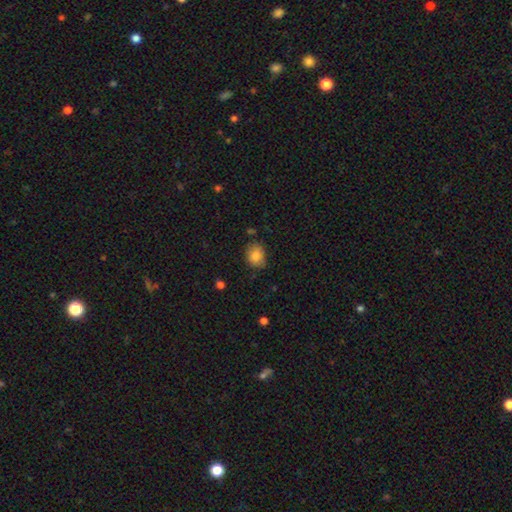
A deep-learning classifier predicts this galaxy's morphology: Q: Smooth or featured?
A: smooth (84%); runner-up: star or artifact (8%)
Q: How rounded?
A: in between (55%); runner-up: round (44%)
Q: Merging?
A: none (71%); runner-up: minor disturbance (22%)